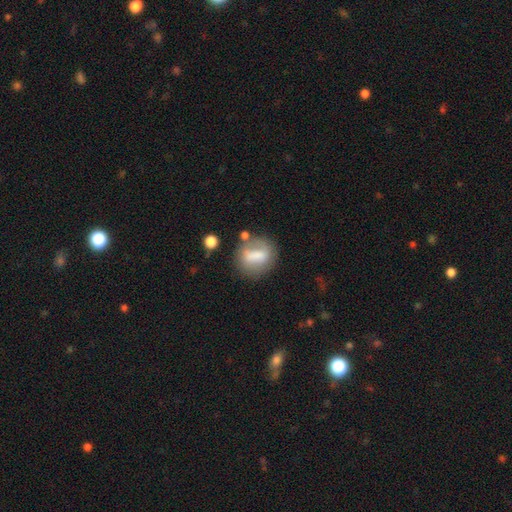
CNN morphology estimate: smooth_or_featured: smooth (p=0.62) [alt: featured or disk p=0.29]
how_rounded: round (p=0.57) [alt: in between p=0.40]
merging: none (p=0.54) [alt: minor disturbance p=0.22]